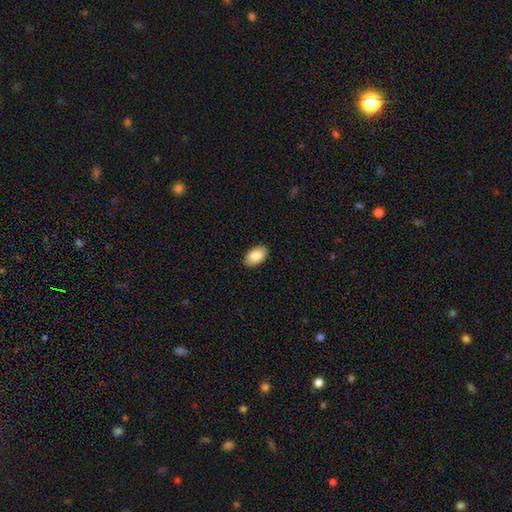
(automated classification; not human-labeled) Smooth or featured: smooth — 86% (featured or disk — 8%)
How rounded: in between — 93% (round — 6%)
Merging: none — 90% (minor disturbance — 8%)